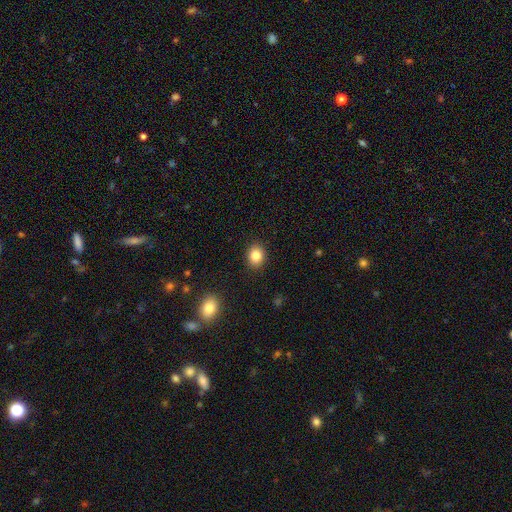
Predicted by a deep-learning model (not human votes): Smooth or featured: smooth — 84% (star or artifact — 10%)
How rounded: round — 55% (in between — 45%)
Merging: none — 90% (minor disturbance — 7%)